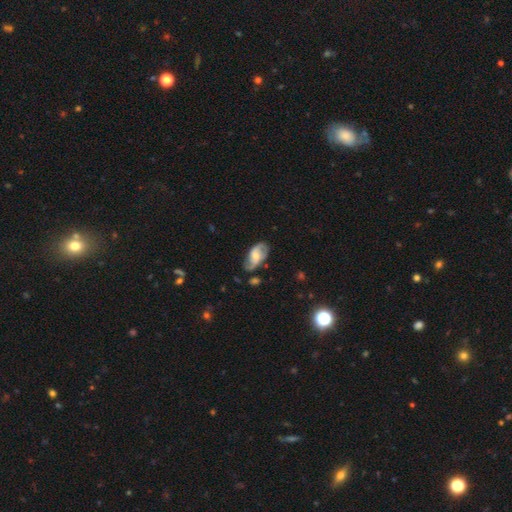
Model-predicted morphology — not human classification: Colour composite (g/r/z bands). It shows a featured or disk galaxy (69%) with no bar (52%), 2 (81%) medium (42%) spiral arms (88%) and a moderate central bulge (55%). Merging: none (65%).